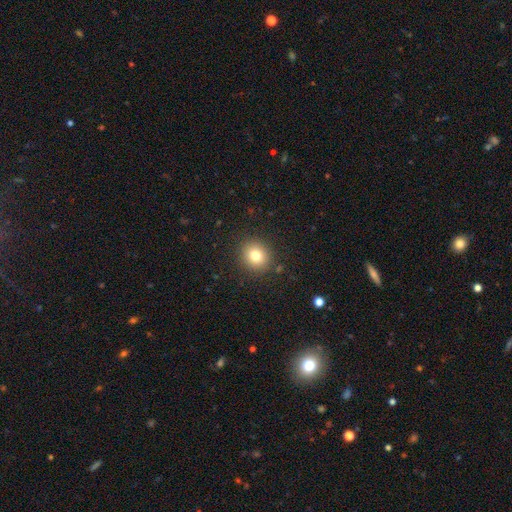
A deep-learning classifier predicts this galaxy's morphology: The model was most divided on "smooth or featured": smooth: 80%, star or artifact: 12%, featured or disk: 8%. More confident: merging — none (89%); how rounded — round (85%).